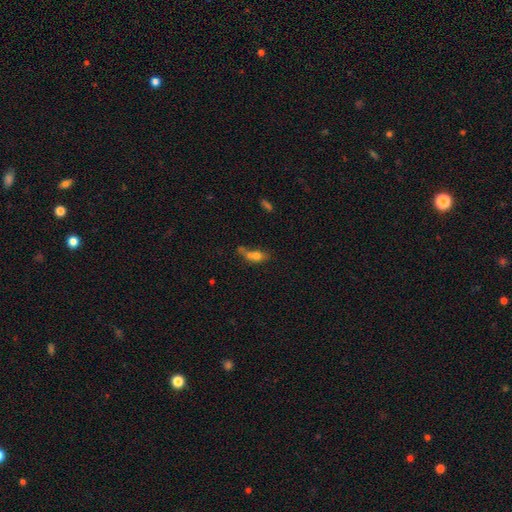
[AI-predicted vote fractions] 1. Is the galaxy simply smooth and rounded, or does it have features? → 65% smooth, 22% featured or disk, 13% star or artifact.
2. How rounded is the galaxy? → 56% in between, 33% round, 12% cigar-shaped.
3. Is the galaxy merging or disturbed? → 54% merger, 23% none, 12% minor disturbance, 11% major disturbance.